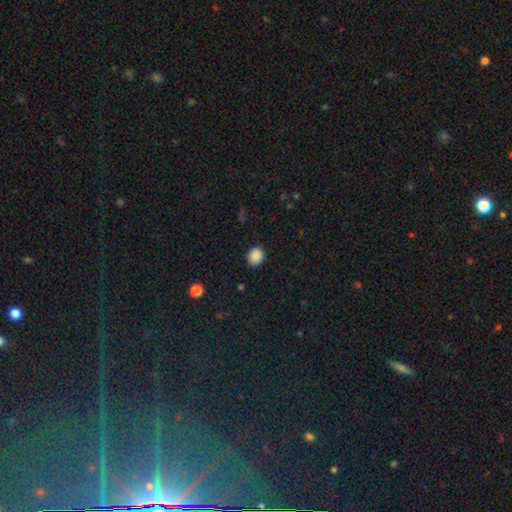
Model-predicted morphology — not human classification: smooth 88%, star or artifact 9%, featured or disk 3%. Down the decision tree: how rounded — round (67%); merging — none (89%).